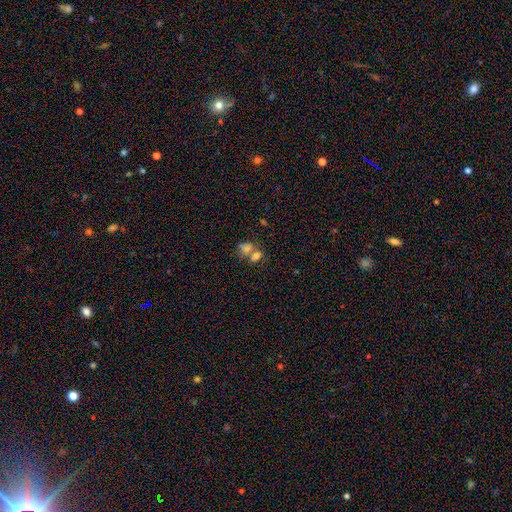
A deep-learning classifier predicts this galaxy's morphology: The model was most divided on "merging": merger: 60%, none: 26%, minor disturbance: 8%, major disturbance: 6%. More confident: smooth or featured — smooth (71%); how rounded — in between (69%).